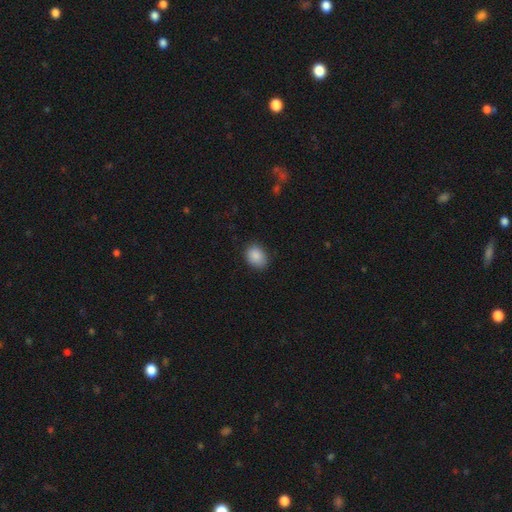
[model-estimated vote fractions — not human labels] smooth-or-featured: smooth: 88% | star or artifact: 8% | featured or disk: 4%
  how-rounded: in between: 64% | round: 35% | cigar-shaped: 1%
  merging: none: 82% | minor disturbance: 14% | major disturbance: 3% | merger: 1%